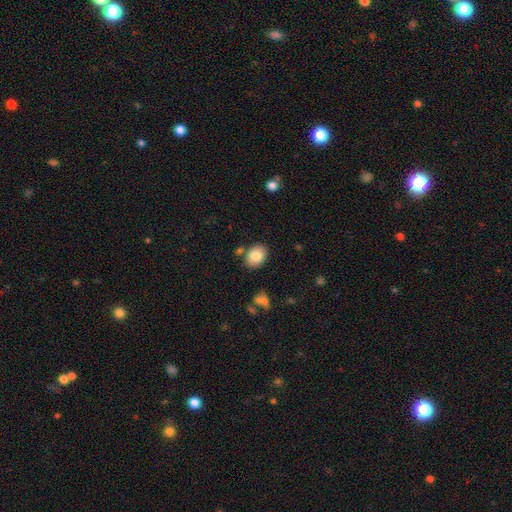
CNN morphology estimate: smooth 81%, featured or disk 10%, star or artifact 9%. Down the decision tree: how rounded — in between (56%); merging — none (81%).